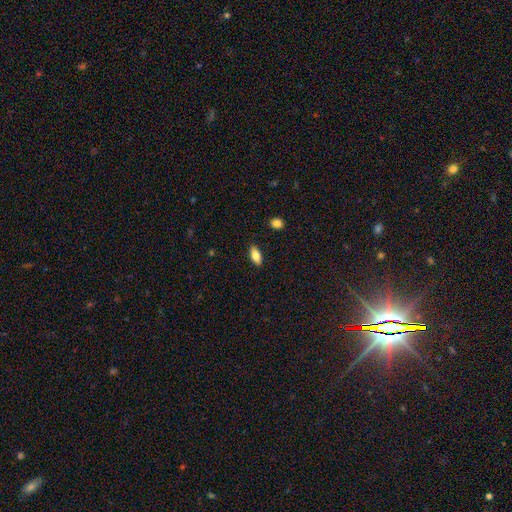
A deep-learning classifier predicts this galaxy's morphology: smooth-or-featured: smooth: 76% | featured or disk: 17% | star or artifact: 7%
  how-rounded: in between: 86% | cigar-shaped: 12% | round: 3%
  merging: none: 87% | minor disturbance: 9% | major disturbance: 2% | merger: 1%